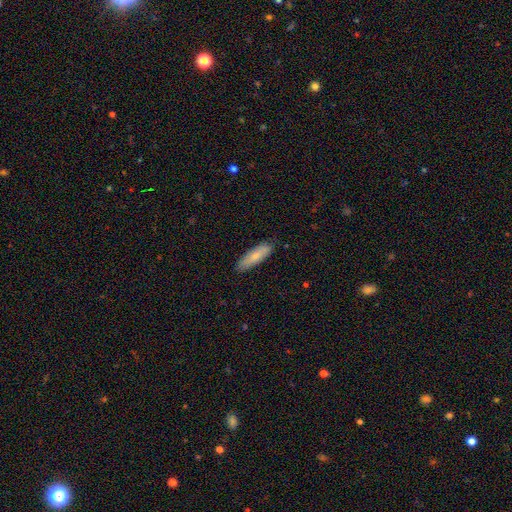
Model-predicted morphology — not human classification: The model was most divided on "how rounded": cigar-shaped: 59%, in between: 39%, round: 2%. More confident: merging — none (85%); smooth or featured — smooth (78%).